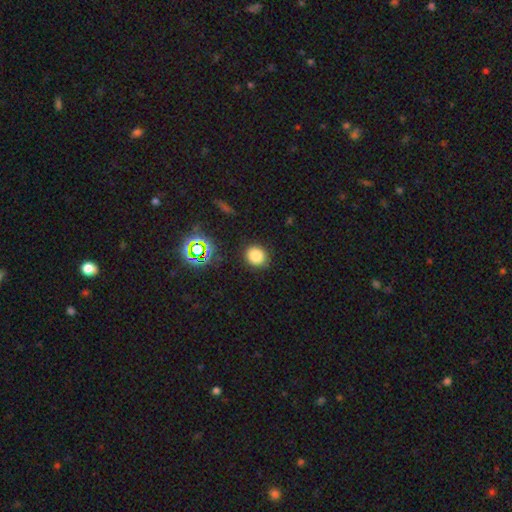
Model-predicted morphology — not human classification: A smooth galaxy with no disk features (79%) that is round (73%).

Vote fractions:
- Smooth or featured? smooth: 79% / star or artifact: 16% / featured or disk: 5%
- How rounded? round: 73% / in between: 26% / cigar-shaped: 1%
- Merging? none: 86% / minor disturbance: 10% / major disturbance: 3% / merger: 2%